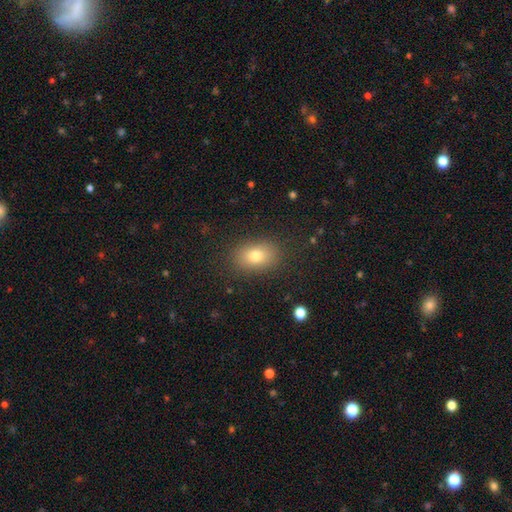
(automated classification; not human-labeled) smooth-or-featured: smooth: 78% | featured or disk: 11% | star or artifact: 11%
  how-rounded: in between: 77% | round: 22% | cigar-shaped: 1%
  merging: none: 85% | minor disturbance: 10% | major disturbance: 4% | merger: 1%